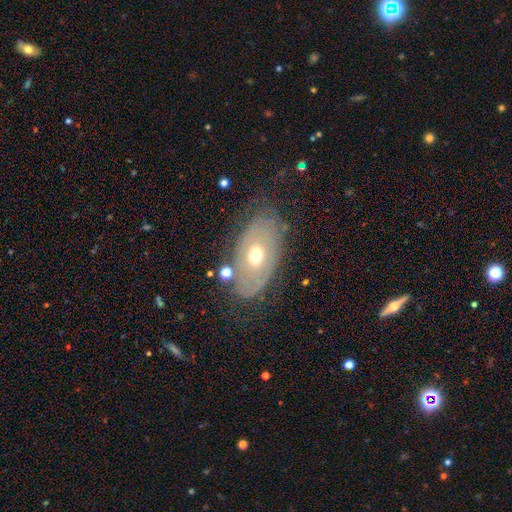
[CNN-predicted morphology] type=featured or disk (62%); edge-on=no (89%); bar=no (81%); spiral arms=no (53%); bulge=moderate (68%); merging=none (70%).